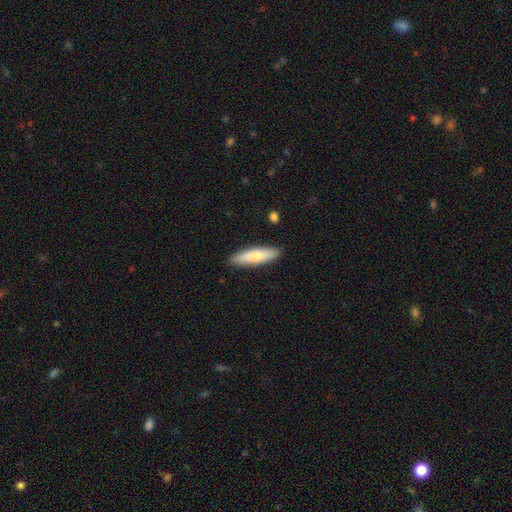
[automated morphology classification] Overall: smooth (76%). How rounded: cigar-shaped (69%; in between 30%). Merging: none (89%).